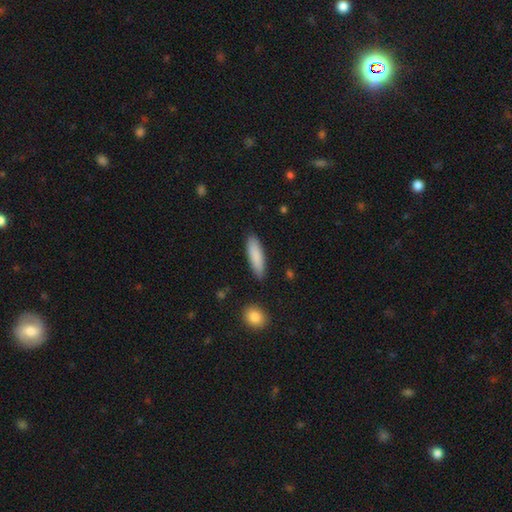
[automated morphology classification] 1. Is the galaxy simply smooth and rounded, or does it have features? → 86% smooth, 8% featured or disk, 6% star or artifact.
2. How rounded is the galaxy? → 61% cigar-shaped, 37% in between, 2% round.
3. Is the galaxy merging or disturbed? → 87% none, 9% minor disturbance, 2% major disturbance, 2% merger.